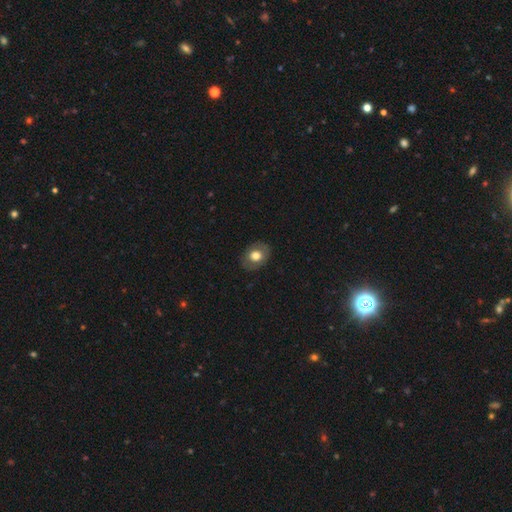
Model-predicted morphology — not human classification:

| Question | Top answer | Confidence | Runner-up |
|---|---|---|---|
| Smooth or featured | smooth | 66% | featured or disk (26%) |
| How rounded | in between | 59% | round (40%) |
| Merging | none | 84% | minor disturbance (12%) |